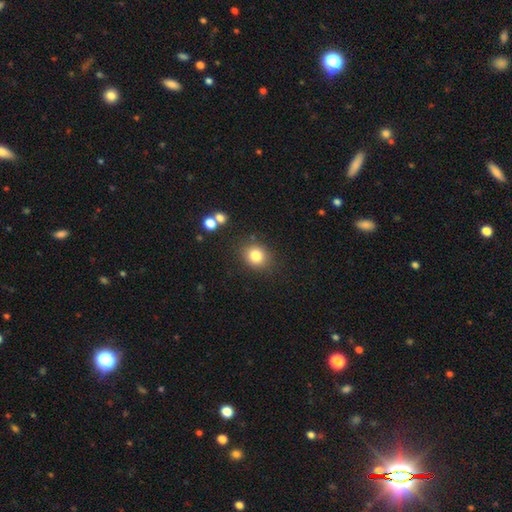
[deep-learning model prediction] smooth_or_featured: smooth (p=0.81) [alt: star or artifact p=0.12]
how_rounded: round (p=0.73) [alt: in between p=0.26]
merging: none (p=0.83) [alt: minor disturbance p=0.10]